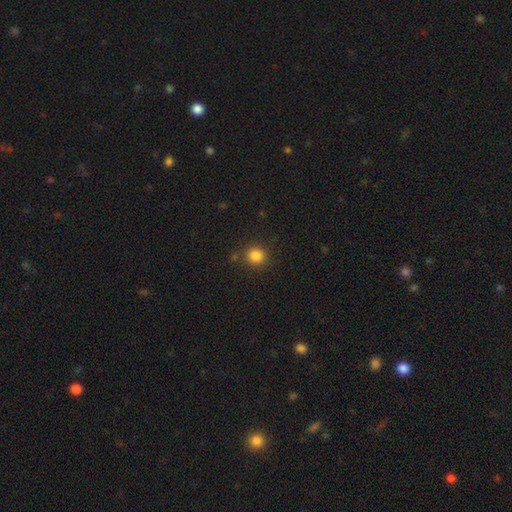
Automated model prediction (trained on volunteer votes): smooth 84%, star or artifact 12%, featured or disk 4%. Down the decision tree: how rounded — round (90%); merging — none (85%).